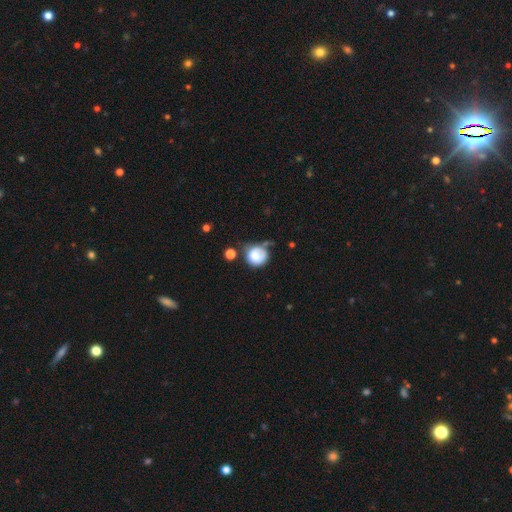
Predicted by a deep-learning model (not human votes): Smooth or featured? Predicted: smooth (p=0.77). How rounded? Predicted: round (p=0.88). Merging? Predicted: none (p=0.46).